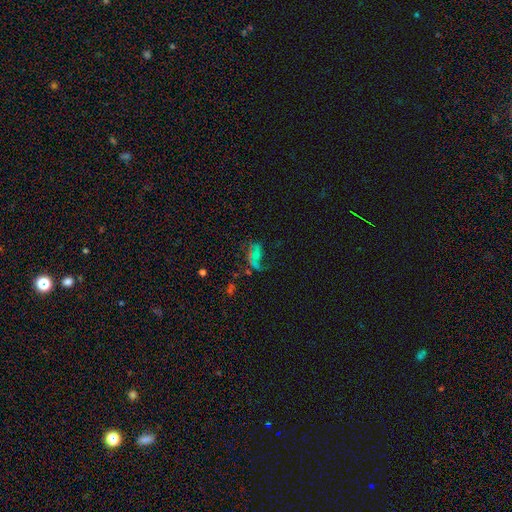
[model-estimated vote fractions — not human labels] Smooth or featured? Predicted: featured or disk (p=0.43). Merging? Predicted: major disturbance (p=0.42).